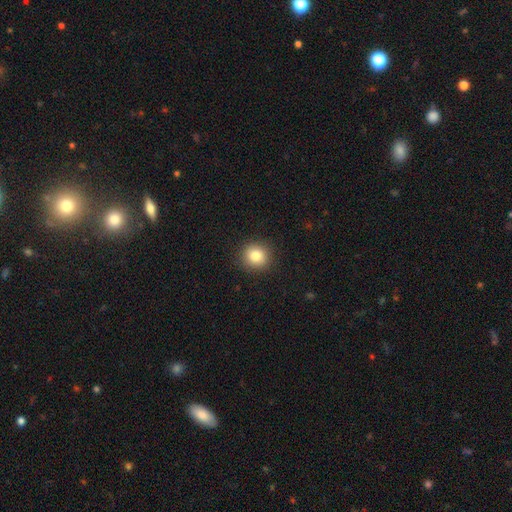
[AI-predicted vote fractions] Smooth or featured? smooth (84%)
How rounded? round (89%)
Merging? none (91%)